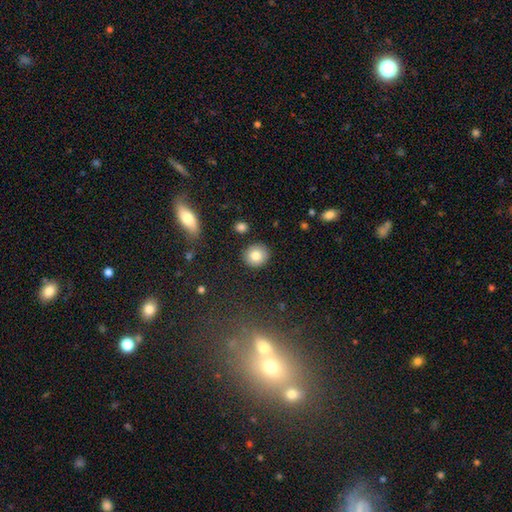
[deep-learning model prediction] Smooth or featured? smooth (82%)
How rounded? round (87%)
Merging? none (89%)